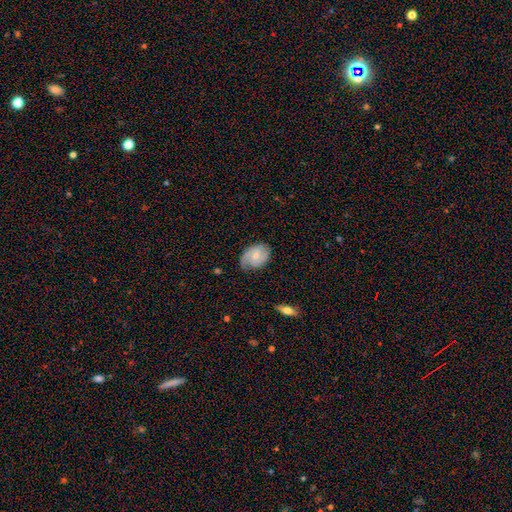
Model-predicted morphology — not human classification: Smooth or featured?
  - featured or disk: 61% *
  - smooth: 33%
  - star or artifact: 6%
Edge-on disk?
  - no: 96% *
  - yes: 4%
Bar?
  - no: 55% *
  - weak: 39%
  - strong: 6%
Spiral arms?
  - yes: 90% *
  - no: 10%
Spiral winding?
  - tight: 43% *
  - medium: 41%
  - loose: 16%
Spiral arm count?
  - 2: 57% *
  - can't tell: 21%
  - 3: 10%
  - 1: 8%
  - 4: 2%
  - more than 4: 2%
Bulge size?
  - small: 60% *
  - moderate: 33%
  - none: 4%
  - large: 1%
  - dominant: 1%
Merging?
  - none: 68% *
  - minor disturbance: 24%
  - major disturbance: 6%
  - merger: 1%